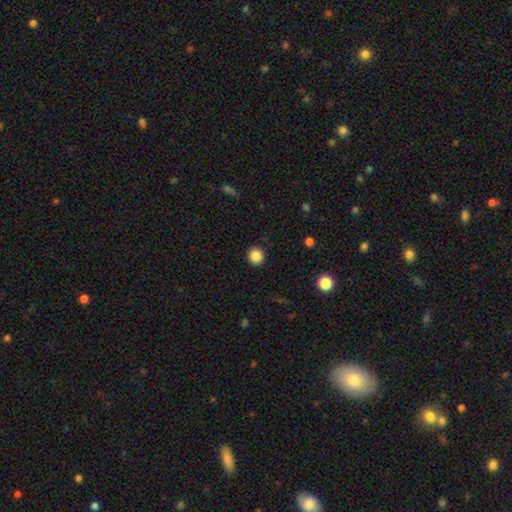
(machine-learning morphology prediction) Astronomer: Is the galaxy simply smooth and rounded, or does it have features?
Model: smooth — 86%.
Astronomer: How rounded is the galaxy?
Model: round — 91%.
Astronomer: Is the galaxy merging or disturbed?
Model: none — 91%.